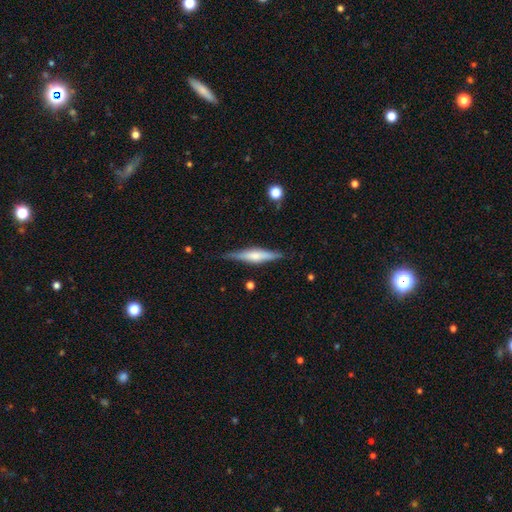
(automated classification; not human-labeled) Morphology: type=featured or disk (59%); edge-on=yes (96%); edge-on bulge=rounded (69%); merging=none (86%).